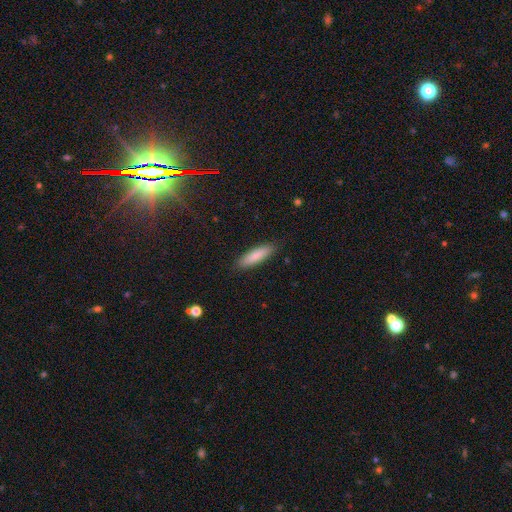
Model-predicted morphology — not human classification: A smooth galaxy with no disk features (84%) that is cigar-shaped (70%).

Vote fractions:
- Smooth or featured? smooth: 84% / featured or disk: 10% / star or artifact: 6%
- How rounded? cigar-shaped: 70% / in between: 28% / round: 1%
- Merging? none: 88% / minor disturbance: 9% / major disturbance: 2% / merger: 1%